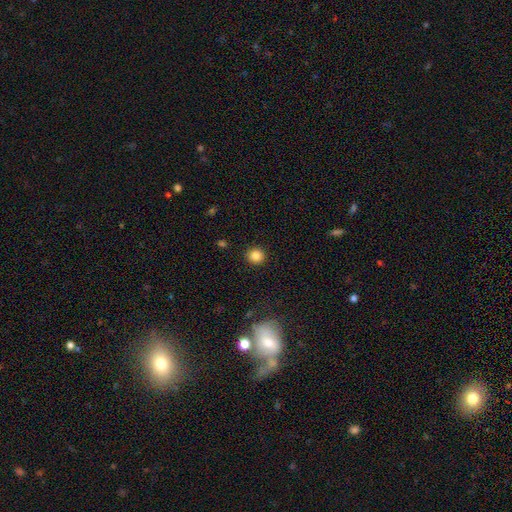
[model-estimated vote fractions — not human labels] smooth-or-featured: smooth: 85% | star or artifact: 11% | featured or disk: 4%
  how-rounded: round: 92% | in between: 7% | cigar-shaped: 1%
  merging: none: 91% | minor disturbance: 6% | major disturbance: 2% | merger: 1%